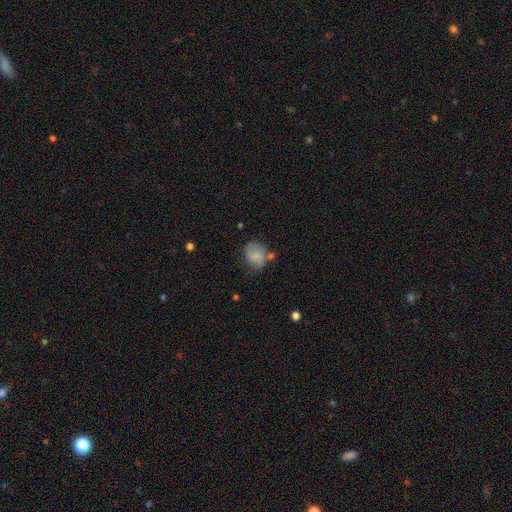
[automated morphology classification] smooth_or_featured: smooth (p=0.67) [alt: featured or disk p=0.24]
how_rounded: round (p=0.51) [alt: in between p=0.48]
merging: none (p=0.54) [alt: minor disturbance p=0.27]